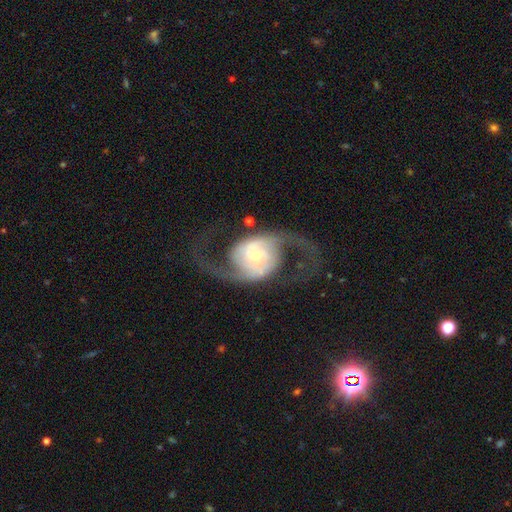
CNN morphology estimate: This is clearly a featured or disk galaxy (89%). It is clearly not viewed edge-on (97%). Bar: possibly no (54%). Spiral arm pattern: clearly yes (96%). Spiral arm count: clearly 2 (93%). Spiral winding: possibly loose (55%). Central bulge: possibly moderate (53%). Merging: likely none (69%).